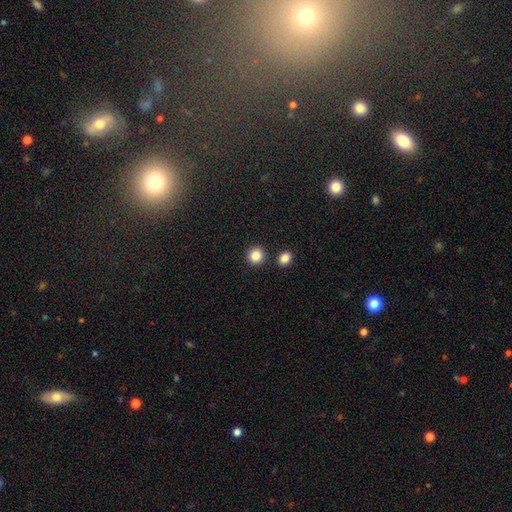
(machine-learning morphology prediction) This appears to be a smooth galaxy with no disk features (85%) that is round (90%). Merging: none (86%).